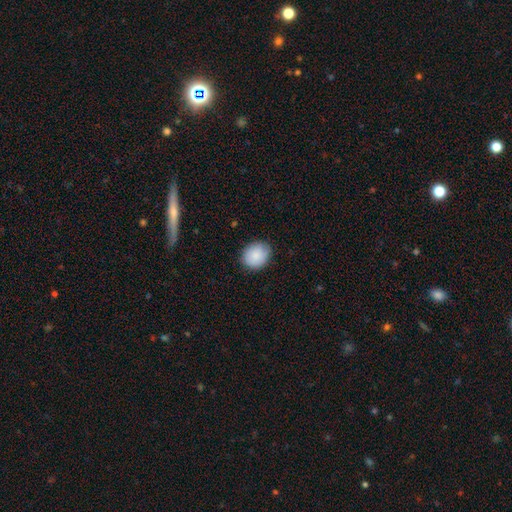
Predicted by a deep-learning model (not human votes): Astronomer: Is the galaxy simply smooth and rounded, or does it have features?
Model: smooth — 87%.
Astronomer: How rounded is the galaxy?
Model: round — 67%.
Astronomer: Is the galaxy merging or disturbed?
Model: none — 82%.